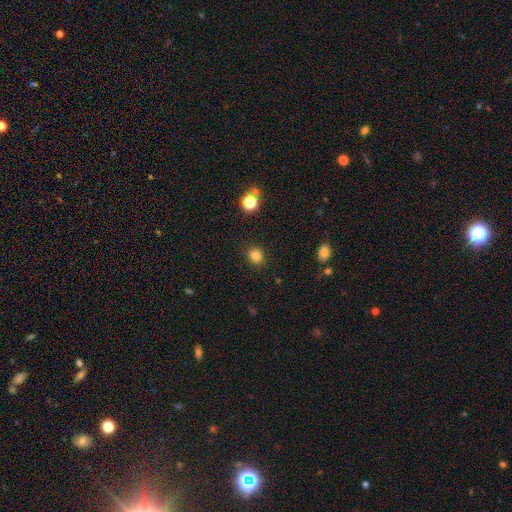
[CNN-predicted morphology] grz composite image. It shows a smooth galaxy with no disk features (82%) that is round (81%). Merging: none (89%).